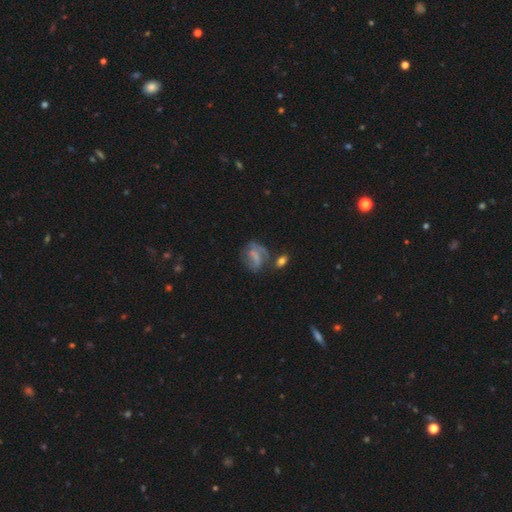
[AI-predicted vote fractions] The model was most divided on "smooth or featured": featured or disk: 49%, smooth: 39%, star or artifact: 12%. Remaining: merging — none (42%).